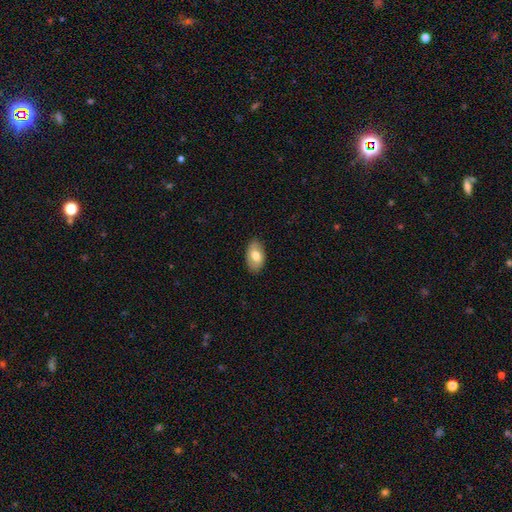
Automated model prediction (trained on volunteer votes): A smooth galaxy with no disk features (72%) that is in between round and cigar-shaped (93%). Merging: none (86%).